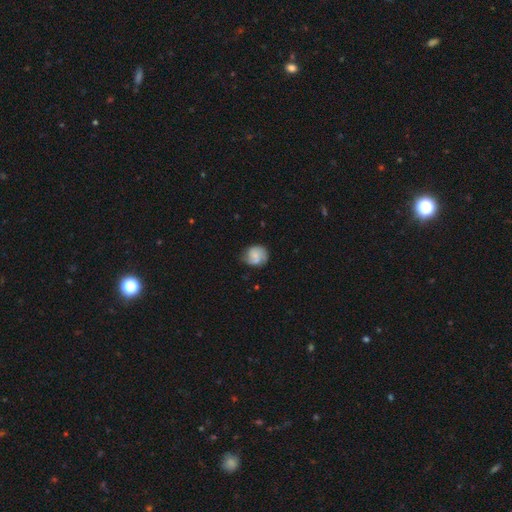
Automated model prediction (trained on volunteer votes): smooth-or-featured: smooth: 52% | featured or disk: 40% | star or artifact: 8%
  how-rounded: round: 75% | in between: 24% | cigar-shaped: 1%
  merging: none: 62% | minor disturbance: 27% | major disturbance: 9% | merger: 2%